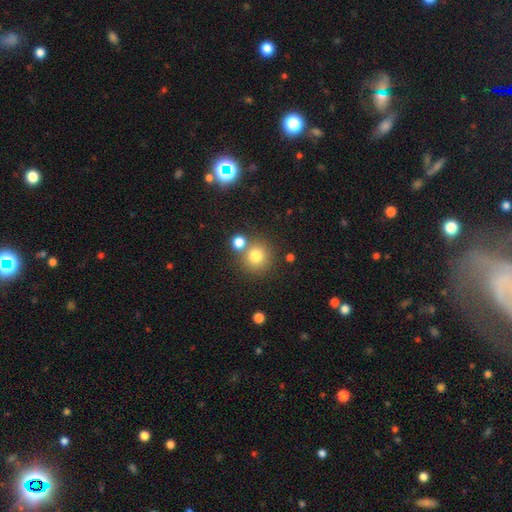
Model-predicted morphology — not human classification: Smooth or featured: smooth — 78% (star or artifact — 13%)
How rounded: round — 92% (in between — 7%)
Merging: none — 68% (merger — 20%)